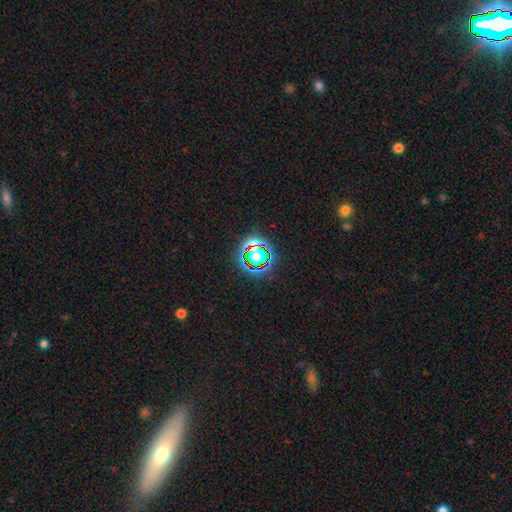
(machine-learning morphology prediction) Q: Smooth or featured?
A: star or artifact (61%); runner-up: smooth (27%)